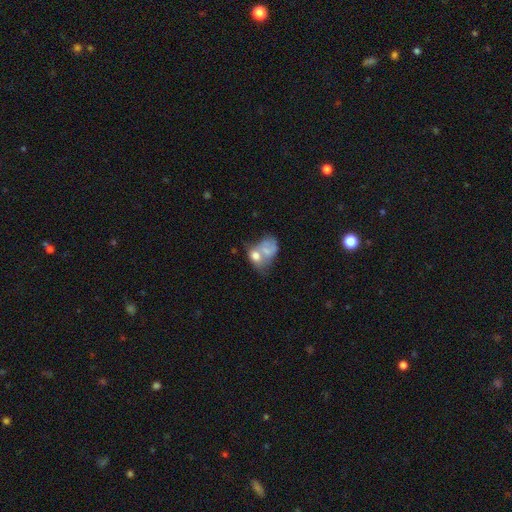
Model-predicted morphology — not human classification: The model was most divided on "smooth or featured": smooth: 56%, featured or disk: 35%, star or artifact: 9%. More confident: how rounded — in between (69%); merging — merger (65%).